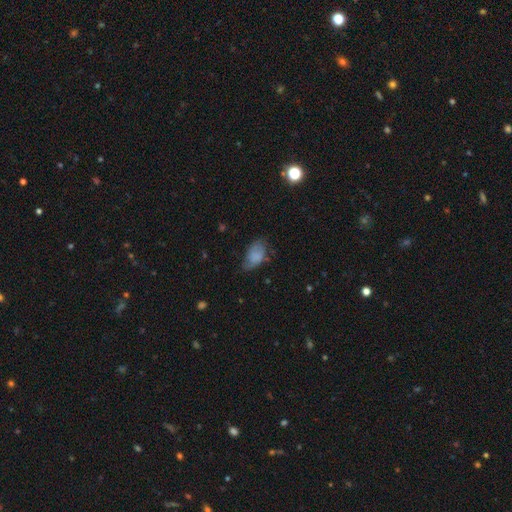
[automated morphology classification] type=smooth (70%); roundness=in between (92%); merging=none (50%).